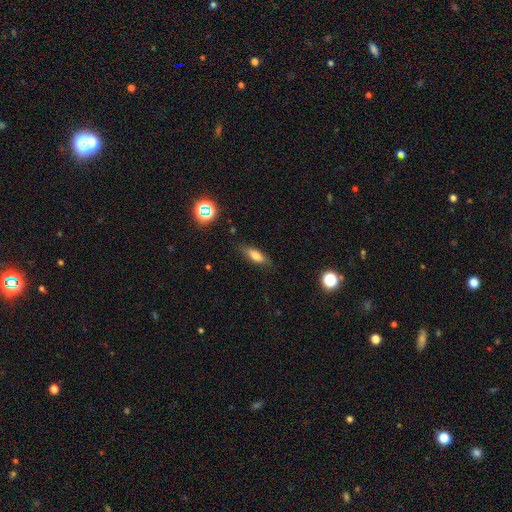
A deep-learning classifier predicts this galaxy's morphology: Smooth or featured? smooth (72%)
How rounded? in between (58%)
Merging? none (81%)